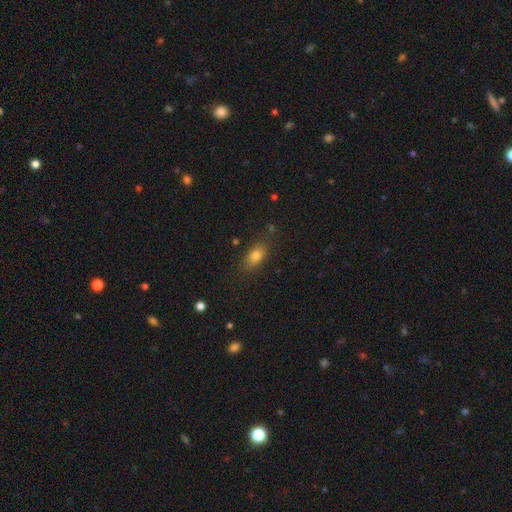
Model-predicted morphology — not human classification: type=smooth (77%); roundness=in between (81%); merging=none (81%).